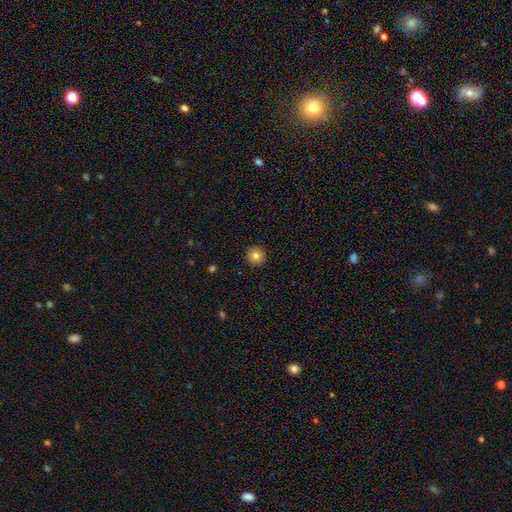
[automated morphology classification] Smooth or featured: smooth — 82% (star or artifact — 10%)
How rounded: round — 96% (in between — 3%)
Merging: none — 92% (minor disturbance — 5%)